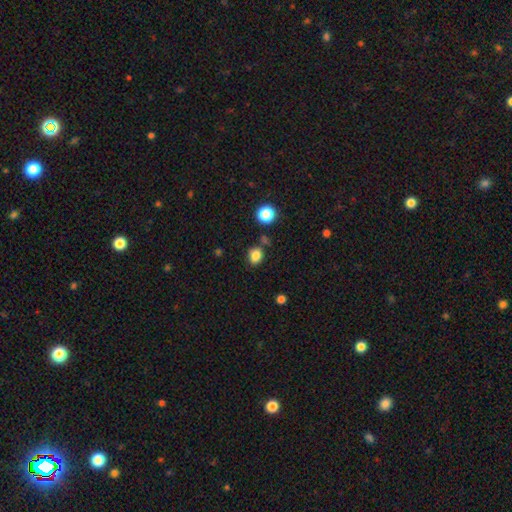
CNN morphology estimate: A smooth galaxy with no disk features (82%) that is round (59%).

Vote fractions:
- Smooth or featured? smooth: 82% / star or artifact: 12% / featured or disk: 5%
- How rounded? round: 59% / in between: 40% / cigar-shaped: 1%
- Merging? none: 77% / minor disturbance: 13% / merger: 7% / major disturbance: 4%